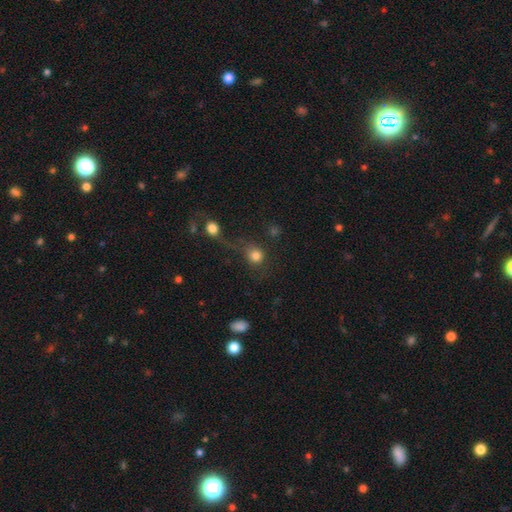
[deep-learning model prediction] Morphology: type=smooth (80%); roundness=round (85%); merging=none (47%).